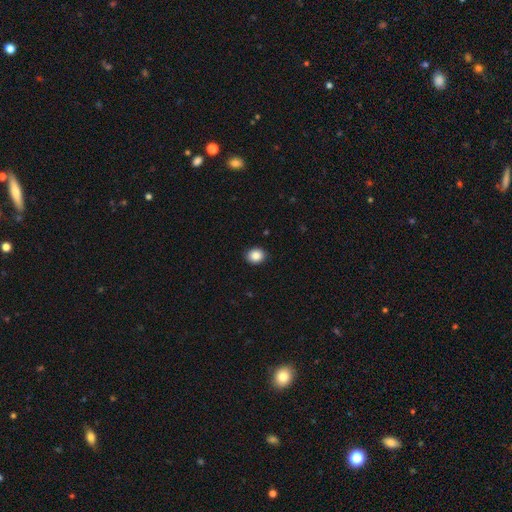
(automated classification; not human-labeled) This appears to be a smooth galaxy with no disk features (87%) that is round (63%). Merging: none (91%).